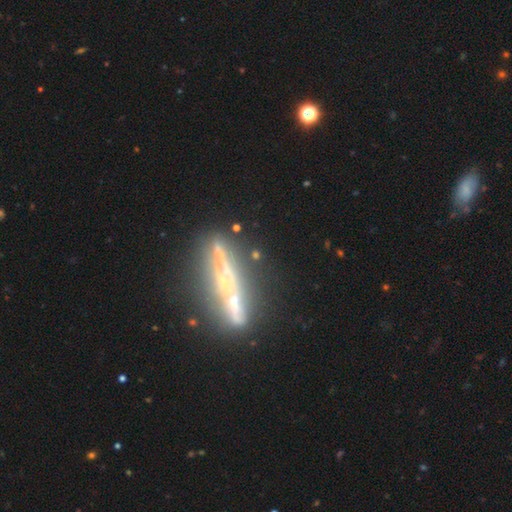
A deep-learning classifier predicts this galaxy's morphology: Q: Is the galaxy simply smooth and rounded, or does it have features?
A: featured or disk — 70%.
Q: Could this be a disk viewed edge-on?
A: yes — 85%.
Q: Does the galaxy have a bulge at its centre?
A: none — 50%.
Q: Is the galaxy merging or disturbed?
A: none — 66%.